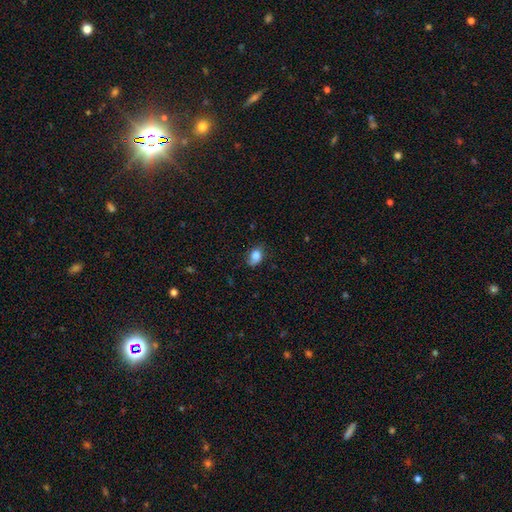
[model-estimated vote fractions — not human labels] A smooth galaxy with no disk features (81%) that is in between round and cigar-shaped (72%).

Vote fractions:
- Smooth or featured? smooth: 81% / featured or disk: 10% / star or artifact: 9%
- How rounded? in between: 72% / round: 26% / cigar-shaped: 1%
- Merging? none: 66% / minor disturbance: 26% / major disturbance: 7% / merger: 1%